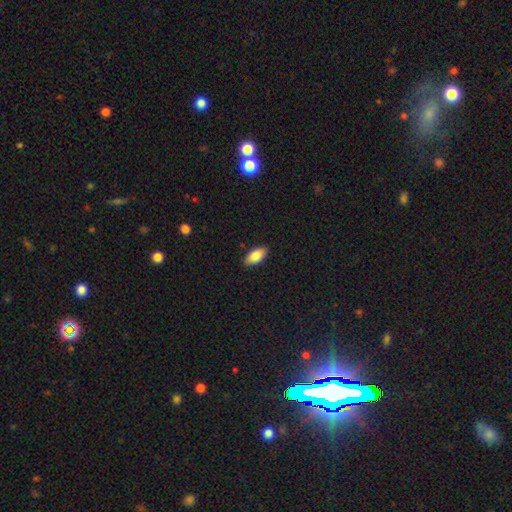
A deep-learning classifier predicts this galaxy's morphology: Smooth or featured? Predicted: smooth (p=0.85). How rounded? Predicted: in between (p=0.92). Merging? Predicted: none (p=0.88).